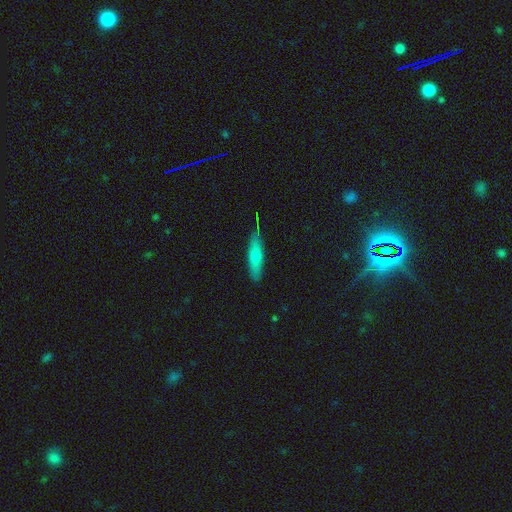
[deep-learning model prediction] Smooth or featured? Predicted: smooth (p=0.64). How rounded? Predicted: cigar-shaped (p=0.72). Merging? Predicted: none (p=0.82).